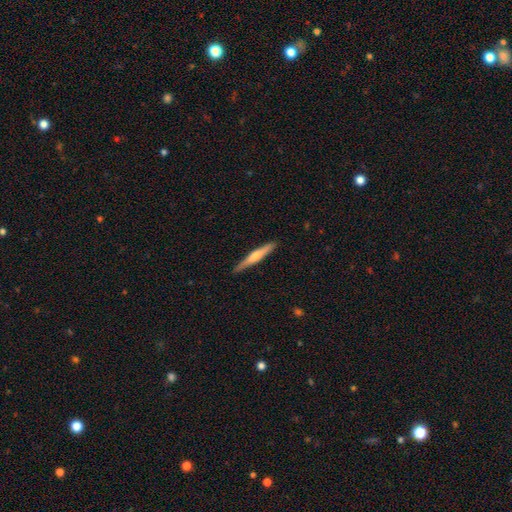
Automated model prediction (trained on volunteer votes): Morphology: type=featured or disk (53%); edge-on=yes (97%); edge-on bulge=rounded (71%); merging=none (89%).